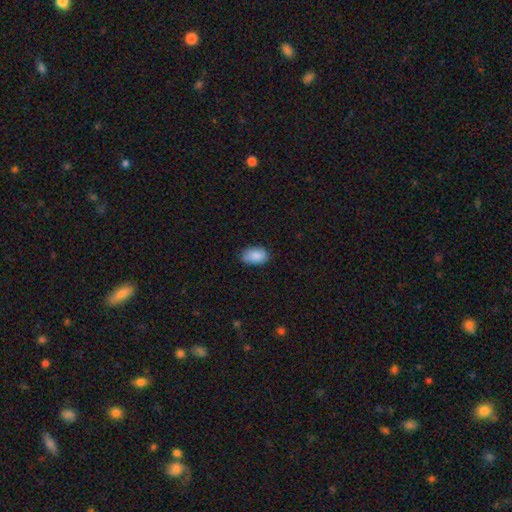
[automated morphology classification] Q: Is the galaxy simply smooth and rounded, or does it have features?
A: smooth — 88%.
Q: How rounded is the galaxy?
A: in between — 92%.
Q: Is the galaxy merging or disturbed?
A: none — 79%.